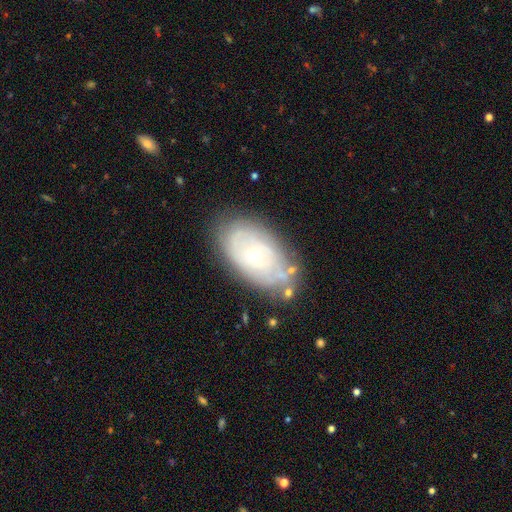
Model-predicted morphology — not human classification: A featured or disk galaxy (70%) with no bar (78%), spiral arms (70%) and a small central bulge (61%). Merging: none (68%).